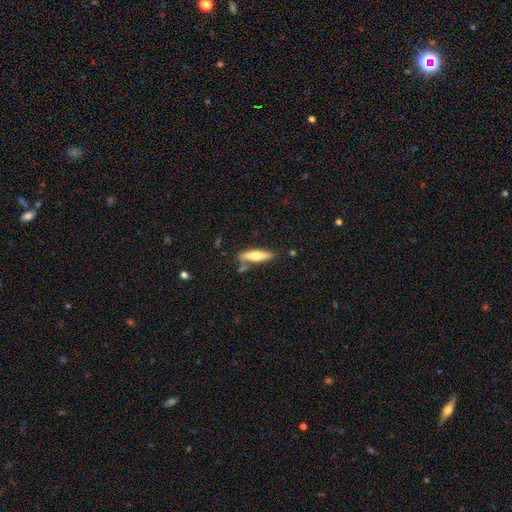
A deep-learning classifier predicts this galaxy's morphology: smooth_or_featured: smooth (p=0.62) [alt: featured or disk p=0.32]
how_rounded: cigar-shaped (p=0.67) [alt: in between p=0.31]
merging: none (p=0.66) [alt: minor disturbance p=0.19]